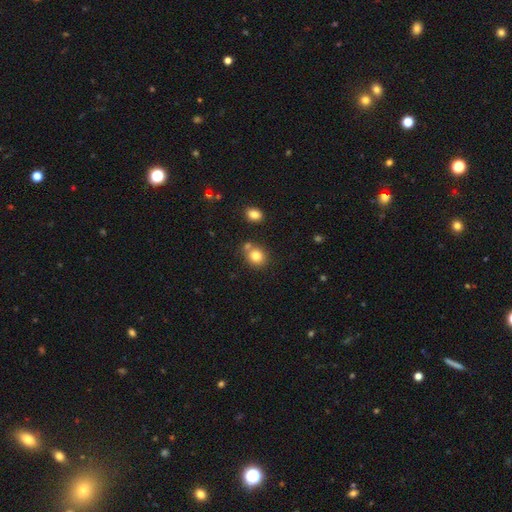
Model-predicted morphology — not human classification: A smooth galaxy with no disk features (81%) that is round (75%). Merging: none (66%).